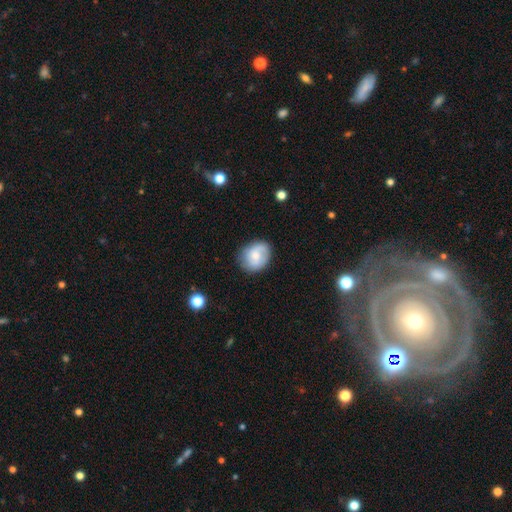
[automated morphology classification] type=smooth (58%); roundness=round (59%); merging=none (76%).